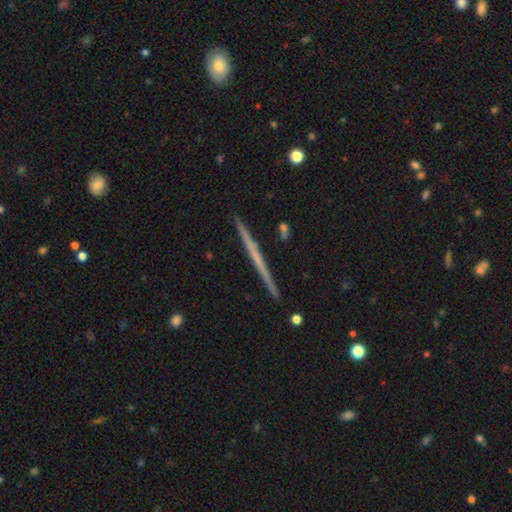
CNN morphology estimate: Smooth or featured: featured or disk — 63% (smooth — 31%)
Edge-on disk: yes — 98% (no — 2%)
Edge-on bulge: none — 86% (rounded — 11%)
Merging: none — 93% (minor disturbance — 5%)